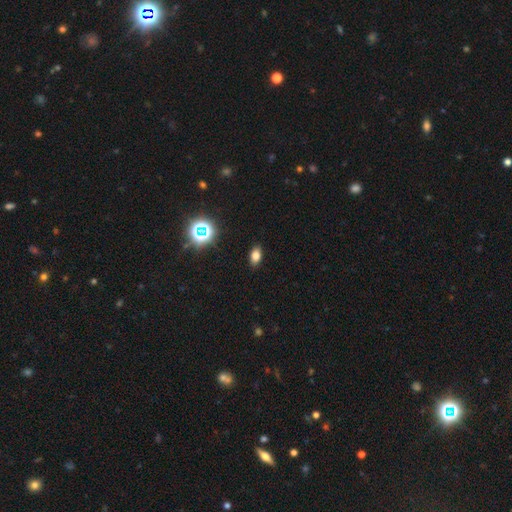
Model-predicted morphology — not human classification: smooth_or_featured: smooth (p=0.75) [alt: star or artifact p=0.17]
how_rounded: in between (p=0.87) [alt: round p=0.10]
merging: none (p=0.88) [alt: minor disturbance p=0.08]